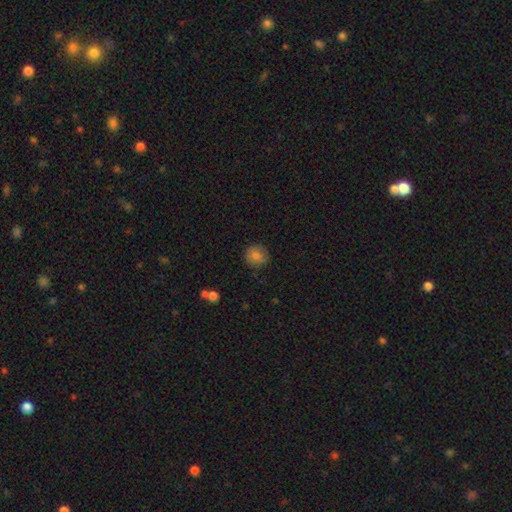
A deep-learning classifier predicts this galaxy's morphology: smooth 83%, star or artifact 9%, featured or disk 8%. Down the decision tree: how rounded — round (90%); merging — none (87%).